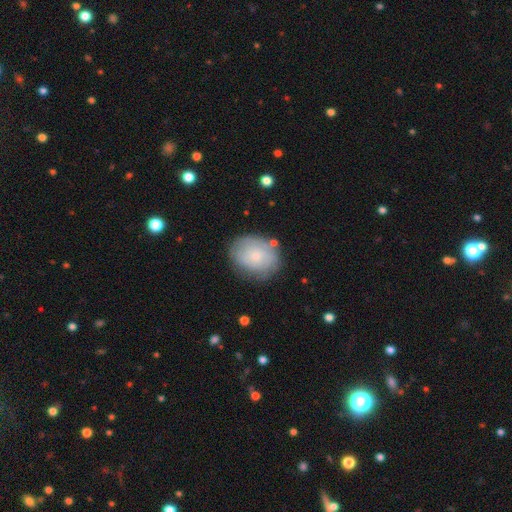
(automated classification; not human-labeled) Morphology: type=smooth (64%); roundness=round (50%); merging=none (74%).